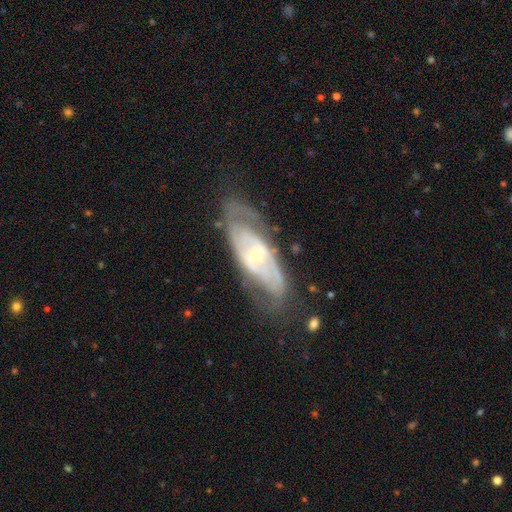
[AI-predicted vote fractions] Overall: featured or disk (81%). Edge-on disk: no (87%). Bar: no (45%; weak 40%). Spiral arms: yes (85%). Spiral arm count: 2 (52%; can't tell 34%). Spiral winding: tight (49%; medium 38%). Bulge size: small (66%; moderate 30%). Merging: none (67%).